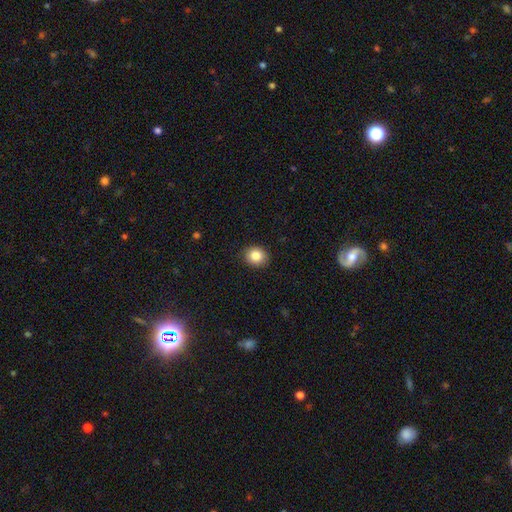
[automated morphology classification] smooth_or_featured: smooth (p=0.85) [alt: star or artifact p=0.09]
how_rounded: round (p=0.68) [alt: in between p=0.31]
merging: none (p=0.89) [alt: minor disturbance p=0.08]